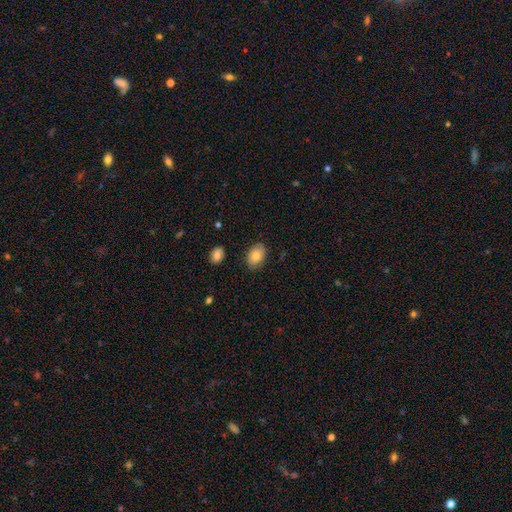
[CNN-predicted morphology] The model was most divided on "smooth or featured": smooth: 81%, featured or disk: 11%, star or artifact: 8%. More confident: how rounded — in between (85%); merging — none (83%).